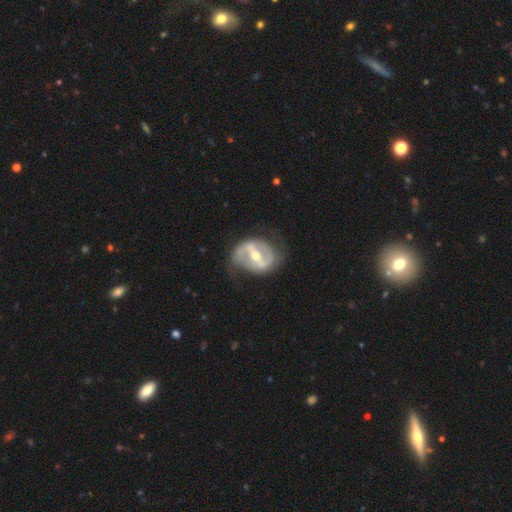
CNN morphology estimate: Smooth or featured? featured or disk (83%)
Edge-on disk? no (95%)
Bar? strong (67%)
Spiral arms? yes (73%)
Spiral winding? medium (41%)
Spiral arm count? 2 (81%)
Bulge size? moderate (66%)
Merging? none (66%)